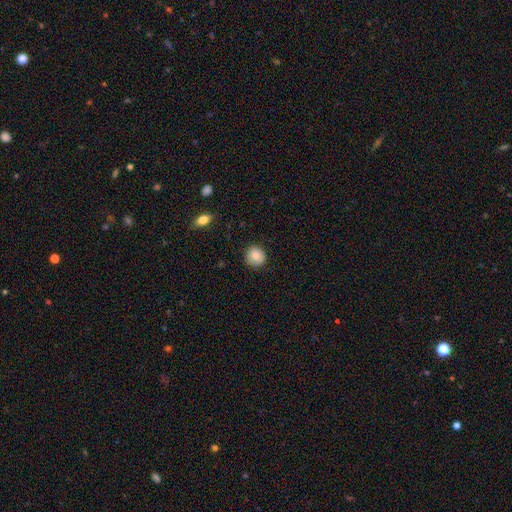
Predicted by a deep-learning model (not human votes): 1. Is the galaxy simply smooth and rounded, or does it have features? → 83% smooth, 9% featured or disk, 8% star or artifact.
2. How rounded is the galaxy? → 90% round, 9% in between, 1% cigar-shaped.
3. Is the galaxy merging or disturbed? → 88% none, 9% minor disturbance, 2% major disturbance, 1% merger.